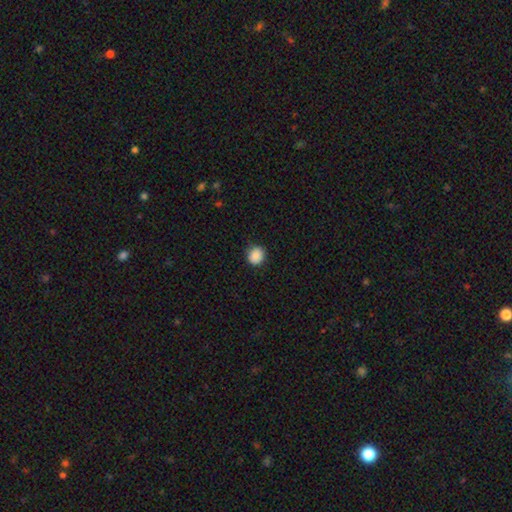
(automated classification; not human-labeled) Smooth or featured?
  - smooth: 88% *
  - star or artifact: 9%
  - featured or disk: 3%
How rounded?
  - round: 83% *
  - in between: 16%
  - cigar-shaped: 1%
Merging?
  - none: 83% *
  - minor disturbance: 14%
  - major disturbance: 3%
  - merger: 1%